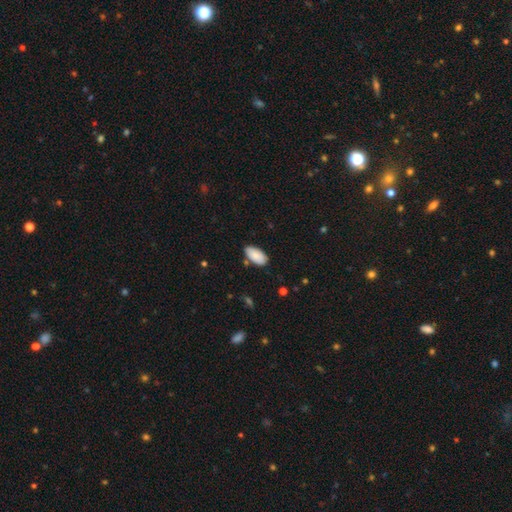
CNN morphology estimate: A smooth galaxy with no disk features (84%) that is in between round and cigar-shaped (95%). Merging: none (77%).